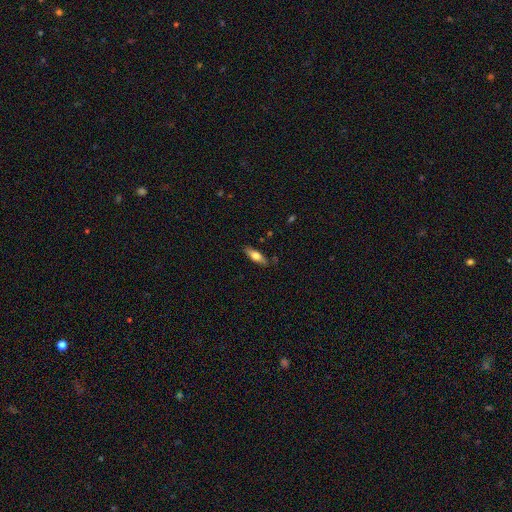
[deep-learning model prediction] Smooth or featured? smooth (64%)
How rounded? in between (53%)
Merging? none (84%)